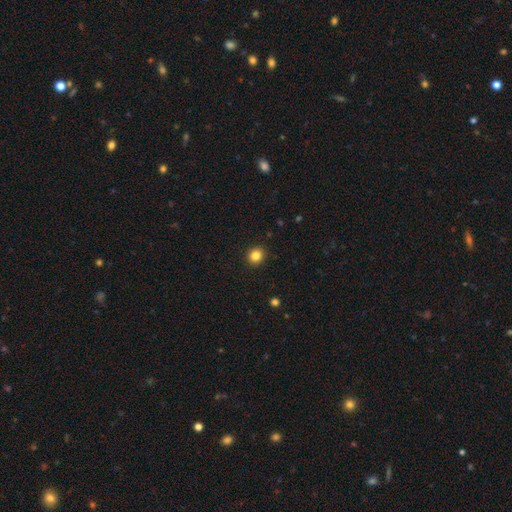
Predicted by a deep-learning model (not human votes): smooth-or-featured: smooth: 84% | star or artifact: 12% | featured or disk: 5%
  how-rounded: round: 87% | in between: 12% | cigar-shaped: 1%
  merging: none: 92% | minor disturbance: 5% | major disturbance: 2% | merger: 1%